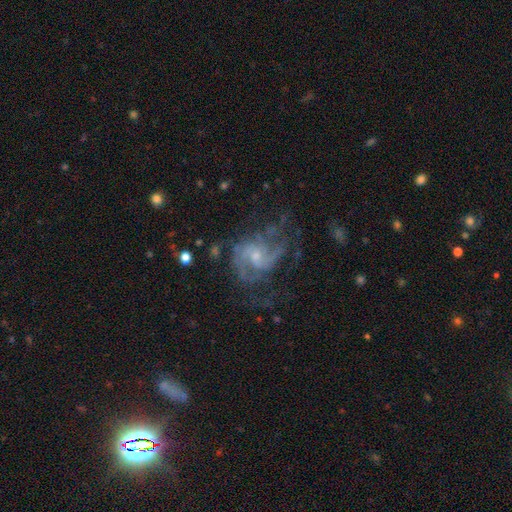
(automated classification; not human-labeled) A featured or disk galaxy (83%) with no bar (59%), 2 (39%) medium (49%) spiral arms (92%) and a small central bulge (55%).

Vote fractions:
- Smooth or featured? featured or disk: 83% / smooth: 9% / star or artifact: 8%
- Edge-on disk? no: 98% / yes: 2%
- Bar? no: 59% / weak: 36% / strong: 6%
- Spiral arms? yes: 92% / no: 8%
- Spiral winding? medium: 49% / tight: 30% / loose: 21%
- Spiral arm count? 2: 39% / can't tell: 24% / 3: 20% / 4: 6% / 1: 5% / more than 4: 4%
- Bulge size? small: 55% / moderate: 36% / none: 5% / large: 3% / dominant: 1%
- Merging? none: 53% / major disturbance: 25% / minor disturbance: 20% / merger: 3%